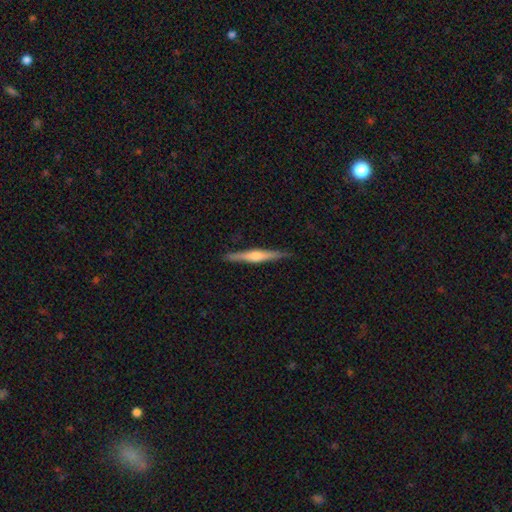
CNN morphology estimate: Smooth or featured?
  - featured or disk: 71% *
  - smooth: 24%
  - star or artifact: 5%
Edge-on disk?
  - yes: 98% *
  - no: 2%
Edge-on bulge?
  - rounded: 85% *
  - boxy: 7%
  - none: 7%
Merging?
  - none: 90% *
  - minor disturbance: 7%
  - major disturbance: 1%
  - merger: 1%